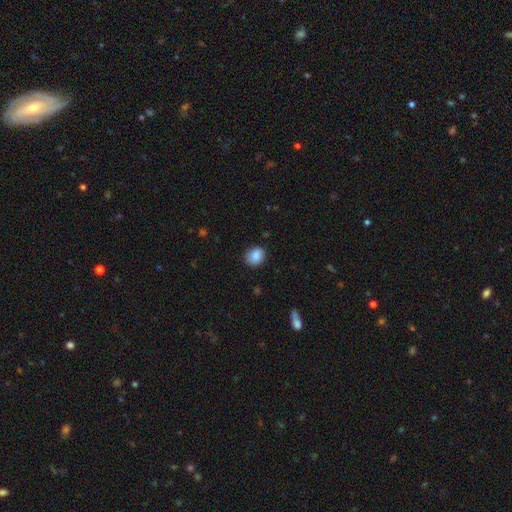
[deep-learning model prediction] The model was most divided on "how rounded": round: 65%, in between: 35%, cigar-shaped: 1%. More confident: smooth or featured — smooth (87%); merging — none (83%).